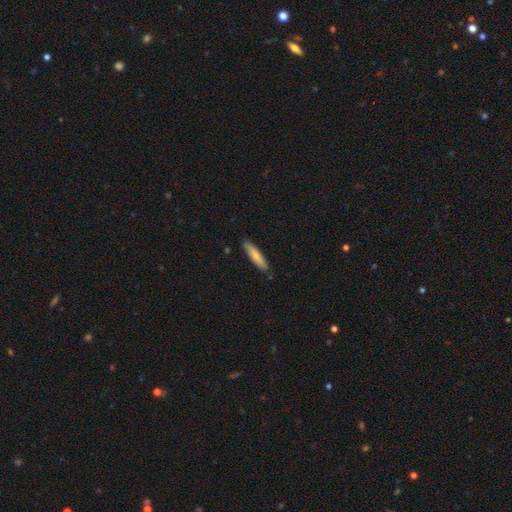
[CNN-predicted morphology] Smooth or featured? Predicted: smooth (p=0.74). How rounded? Predicted: cigar-shaped (p=0.80). Merging? Predicted: none (p=0.86).